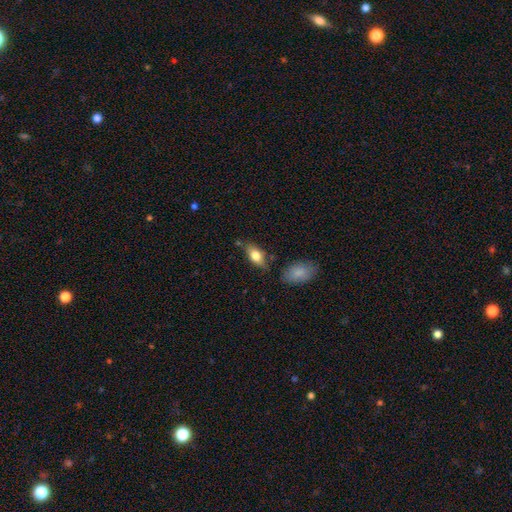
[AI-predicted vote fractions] Smooth or featured? smooth (75%)
How rounded? in between (86%)
Merging? none (71%)